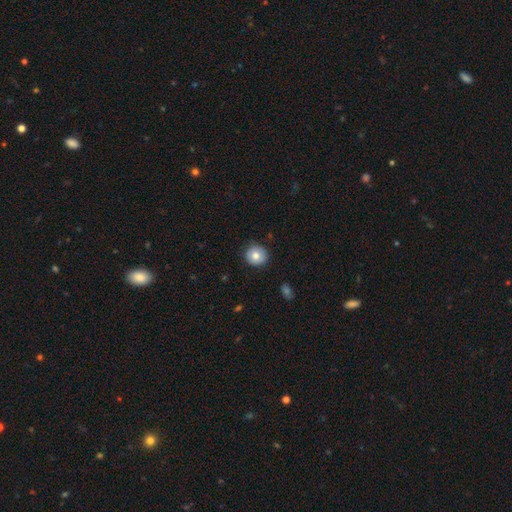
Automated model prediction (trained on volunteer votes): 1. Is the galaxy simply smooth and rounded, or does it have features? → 79% smooth, 13% featured or disk, 8% star or artifact.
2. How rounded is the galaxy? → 92% round, 8% in between, 1% cigar-shaped.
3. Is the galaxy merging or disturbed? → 86% none, 11% minor disturbance, 2% major disturbance, 1% merger.